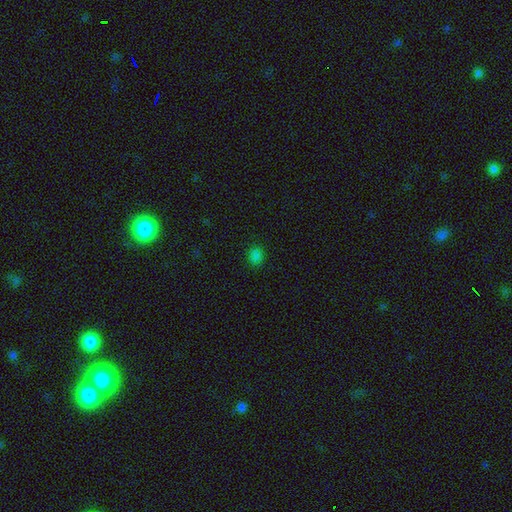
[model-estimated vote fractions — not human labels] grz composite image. It shows a smooth galaxy with no disk features (80%) that is round (51%). Merging: none (87%).